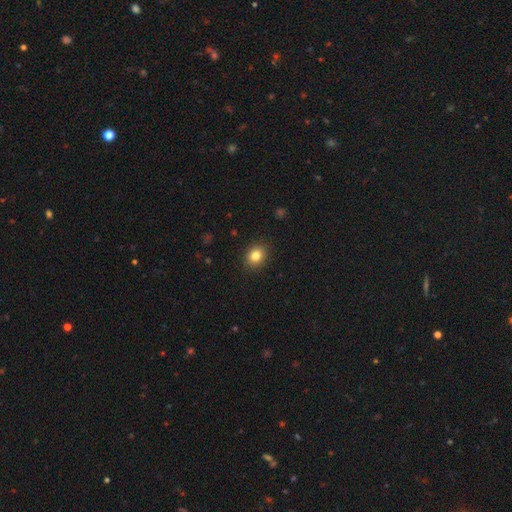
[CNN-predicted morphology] Q: Smooth or featured?
A: smooth (83%); runner-up: star or artifact (10%)
Q: How rounded?
A: round (54%); runner-up: in between (45%)
Q: Merging?
A: none (89%); runner-up: minor disturbance (8%)